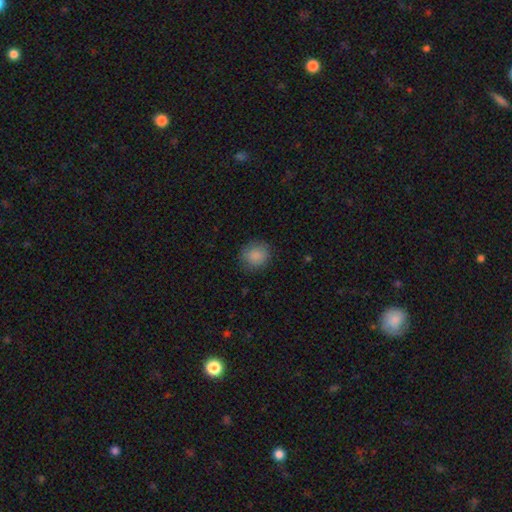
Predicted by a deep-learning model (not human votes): Smooth or featured?
  - smooth: 88% *
  - star or artifact: 8%
  - featured or disk: 4%
How rounded?
  - round: 84% *
  - in between: 15%
  - cigar-shaped: 1%
Merging?
  - none: 84% *
  - minor disturbance: 12%
  - major disturbance: 3%
  - merger: 1%